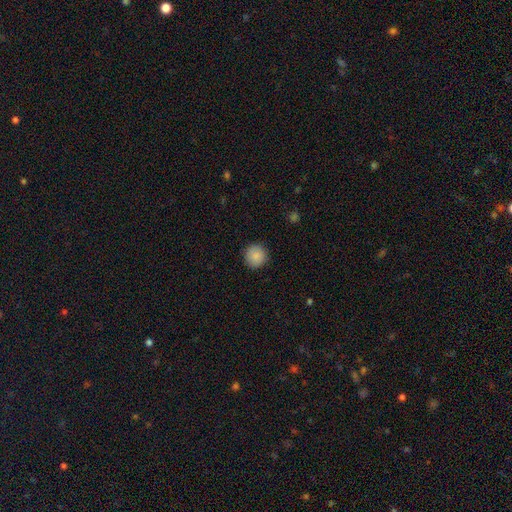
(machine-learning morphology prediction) Q: Smooth or featured?
A: smooth (87%); runner-up: star or artifact (8%)
Q: How rounded?
A: round (94%); runner-up: in between (5%)
Q: Merging?
A: none (90%); runner-up: minor disturbance (7%)